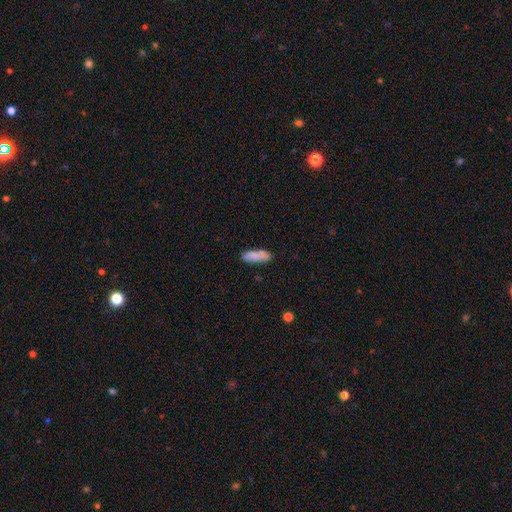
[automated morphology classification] Overall: smooth (84%). How rounded: in between (51%; cigar-shaped 47%). Merging: none (77%).